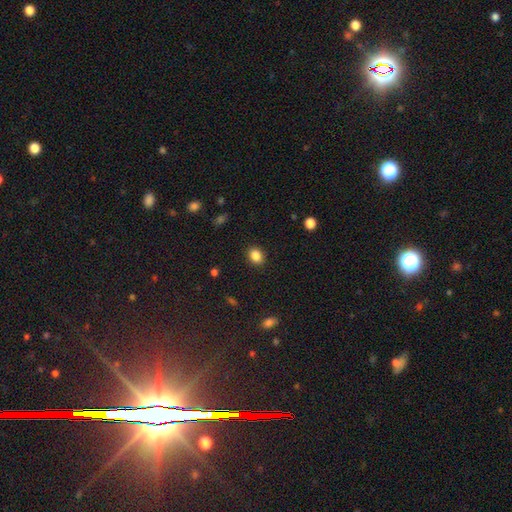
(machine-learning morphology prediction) Smooth or featured?
  - smooth: 86% *
  - star or artifact: 10%
  - featured or disk: 4%
How rounded?
  - in between: 53% *
  - round: 46%
  - cigar-shaped: 1%
Merging?
  - none: 89% *
  - minor disturbance: 7%
  - major disturbance: 2%
  - merger: 1%